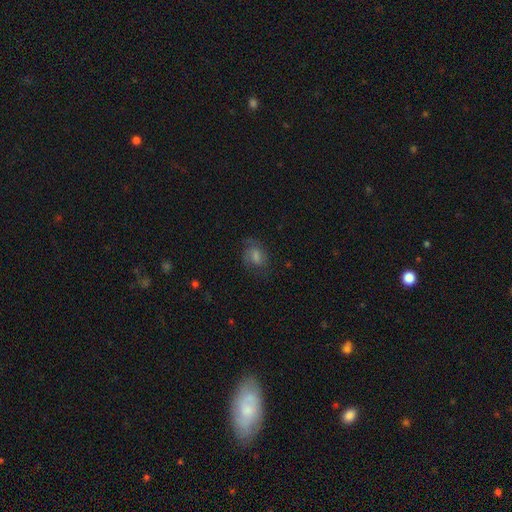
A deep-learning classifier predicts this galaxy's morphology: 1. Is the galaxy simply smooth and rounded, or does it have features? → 42% smooth, 39% featured or disk, 19% star or artifact.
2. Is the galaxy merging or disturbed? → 67% none, 19% minor disturbance, 12% major disturbance, 1% merger.